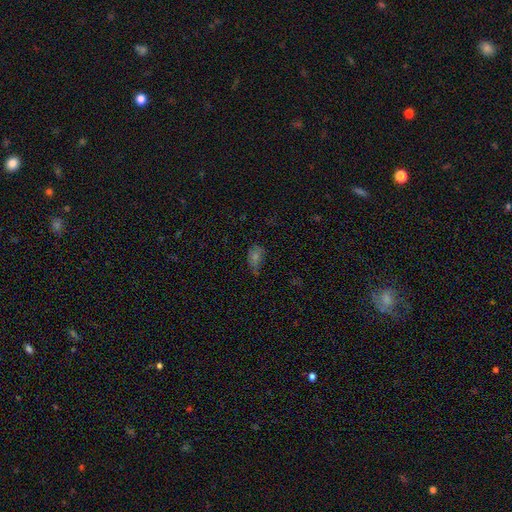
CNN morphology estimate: smooth 52%, star or artifact 27%, featured or disk 21%. Down the decision tree: how rounded — in between (80%); merging — none (54%).